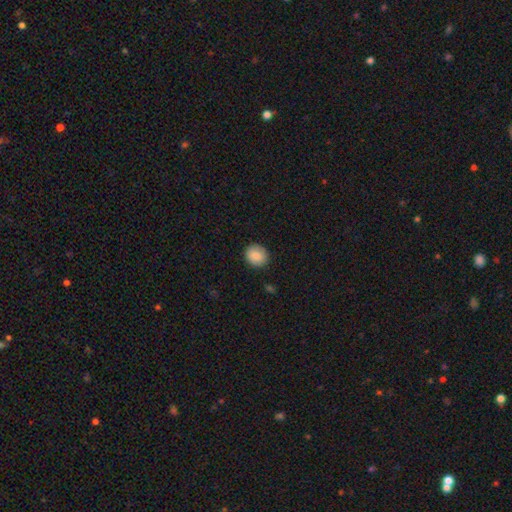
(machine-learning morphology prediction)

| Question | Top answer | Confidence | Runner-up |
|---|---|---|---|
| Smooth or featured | smooth | 85% | star or artifact (8%) |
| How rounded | round | 84% | in between (15%) |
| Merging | none | 89% | minor disturbance (8%) |